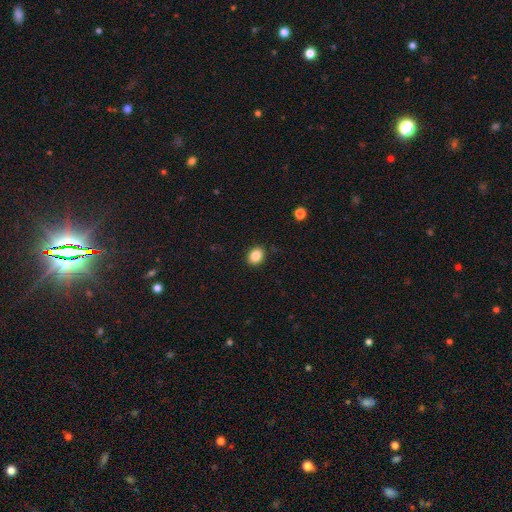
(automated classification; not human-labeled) Smooth or featured?
  - smooth: 86% *
  - star or artifact: 9%
  - featured or disk: 5%
How rounded?
  - in between: 51% *
  - round: 49%
  - cigar-shaped: 1%
Merging?
  - none: 89% *
  - minor disturbance: 8%
  - major disturbance: 2%
  - merger: 1%